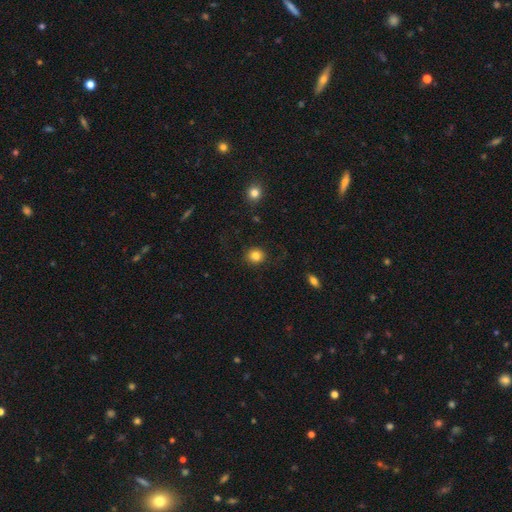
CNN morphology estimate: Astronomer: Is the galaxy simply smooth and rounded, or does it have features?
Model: smooth — 83%.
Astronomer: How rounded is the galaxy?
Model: round — 85%.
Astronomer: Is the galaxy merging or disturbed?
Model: none — 88%.